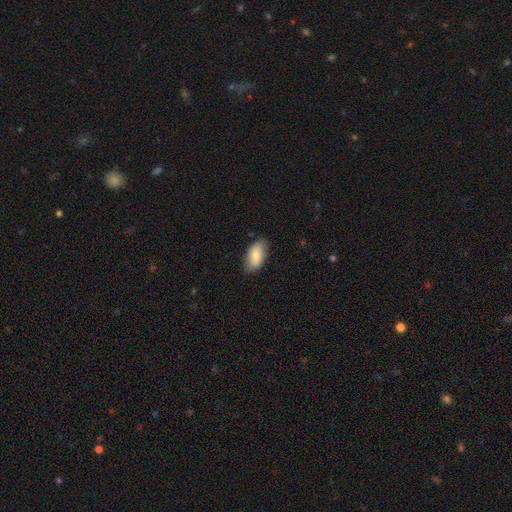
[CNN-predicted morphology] Overall: smooth (81%). How rounded: in between (93%). Merging: none (83%).